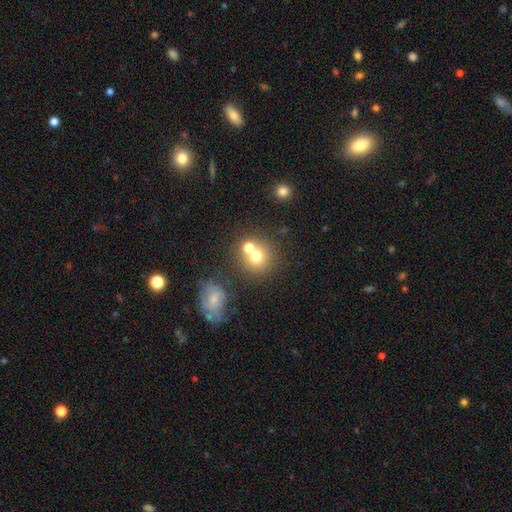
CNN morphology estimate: Smooth or featured? smooth (70%)
How rounded? round (84%)
Merging? none (48%)